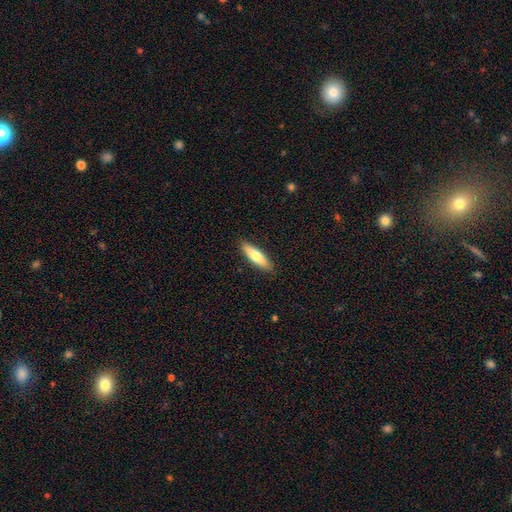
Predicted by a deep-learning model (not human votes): This appears to be a smooth galaxy with no disk features (71%) that is cigar-shaped (62%). Merging: none (89%).